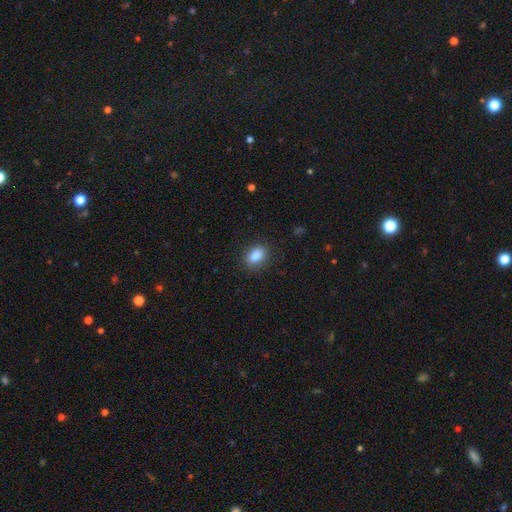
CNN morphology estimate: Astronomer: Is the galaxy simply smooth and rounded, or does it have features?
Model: smooth — 86%.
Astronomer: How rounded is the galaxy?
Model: in between — 79%.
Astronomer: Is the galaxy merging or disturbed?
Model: none — 84%.